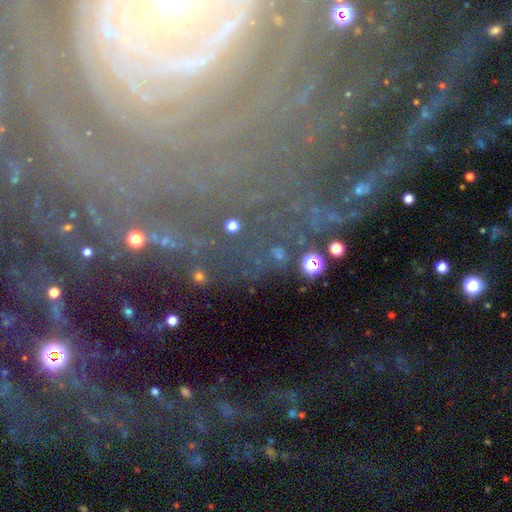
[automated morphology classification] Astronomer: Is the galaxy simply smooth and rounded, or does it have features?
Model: featured or disk — 58%.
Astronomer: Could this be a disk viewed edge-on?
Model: no — 88%.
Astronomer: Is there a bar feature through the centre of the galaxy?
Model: no — 40% (runner-up: strong, 32%).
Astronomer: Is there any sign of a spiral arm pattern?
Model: yes — 89%.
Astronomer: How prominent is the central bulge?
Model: small — 57%.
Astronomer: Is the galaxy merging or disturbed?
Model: none — 74%.